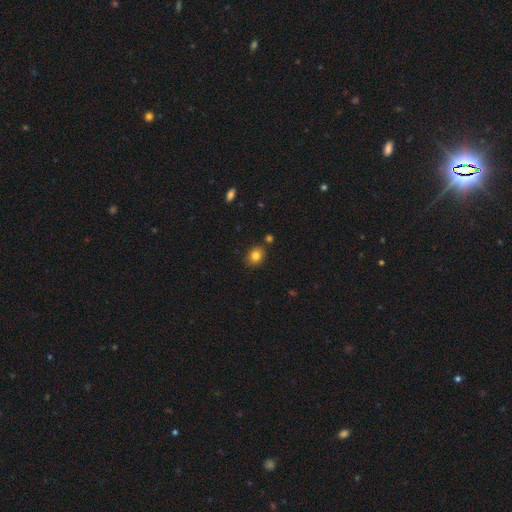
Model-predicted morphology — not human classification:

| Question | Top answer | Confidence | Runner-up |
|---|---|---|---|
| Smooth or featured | smooth | 82% | star or artifact (11%) |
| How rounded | round | 55% | in between (44%) |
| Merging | none | 82% | minor disturbance (10%) |